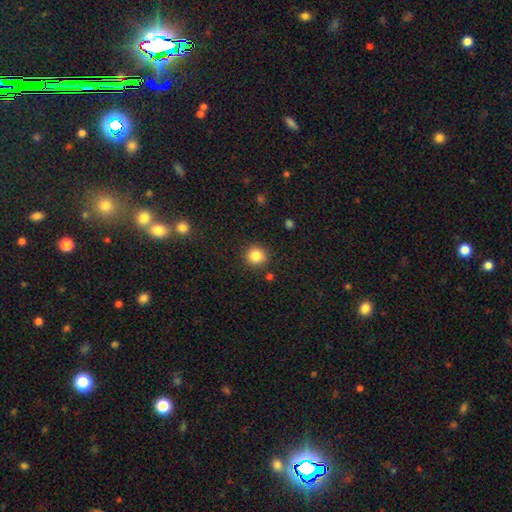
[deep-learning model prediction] Smooth or featured? smooth (84%)
How rounded? round (92%)
Merging? none (88%)